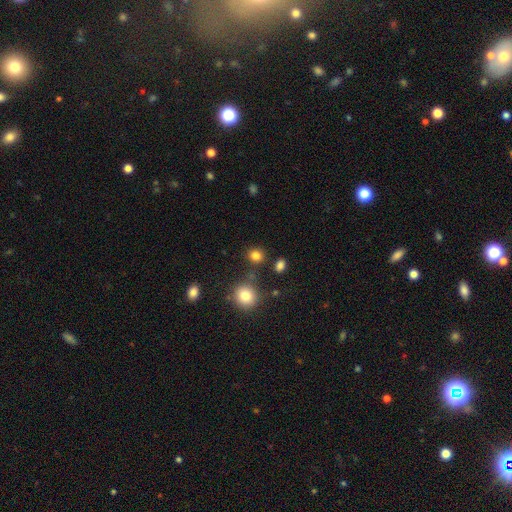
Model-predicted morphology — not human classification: Smooth or featured: smooth — 82% (star or artifact — 13%)
How rounded: round — 81% (in between — 18%)
Merging: none — 83% (minor disturbance — 8%)